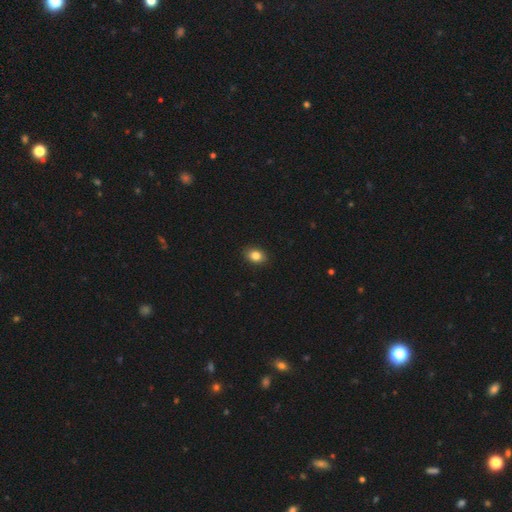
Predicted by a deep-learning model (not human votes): This is clearly a smooth galaxy (84%). How rounded: likely in between (71%). Merging: clearly none (90%).